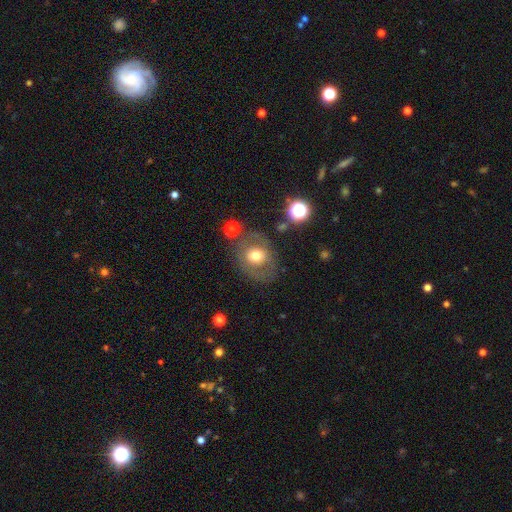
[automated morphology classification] smooth 55%, featured or disk 35%, star or artifact 10%. Down the decision tree: how rounded — round (58%); merging — none (73%).